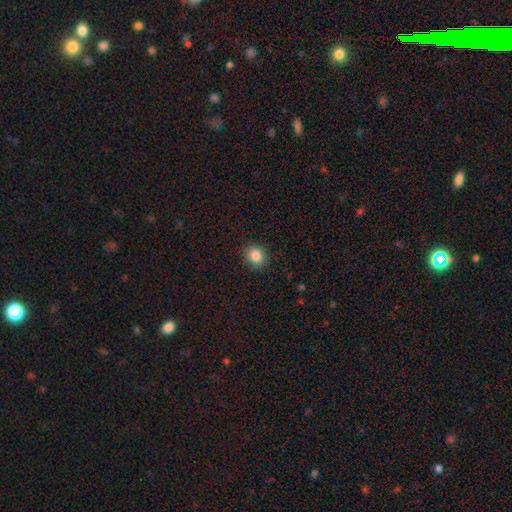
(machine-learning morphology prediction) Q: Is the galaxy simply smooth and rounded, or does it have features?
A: smooth — 86%.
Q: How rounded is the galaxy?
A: round — 71%.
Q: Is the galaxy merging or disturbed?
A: none — 89%.